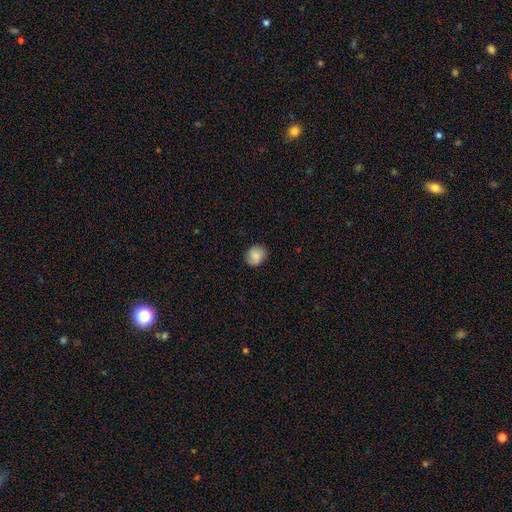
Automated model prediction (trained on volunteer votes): Smooth or featured: smooth — 83% (featured or disk — 9%)
How rounded: round — 68% (in between — 31%)
Merging: none — 82% (minor disturbance — 15%)